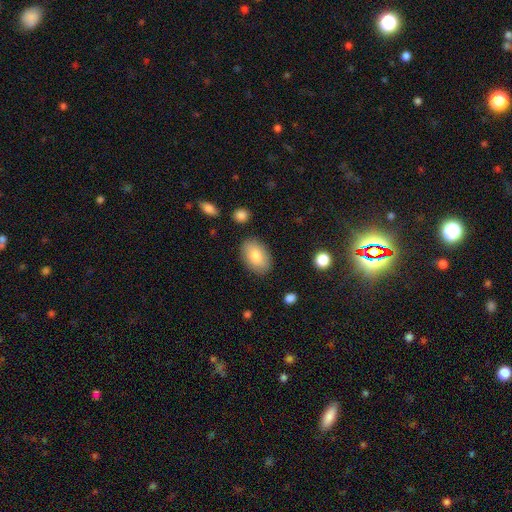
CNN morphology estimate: smooth_or_featured: smooth (p=0.81) [alt: featured or disk p=0.13]
how_rounded: in between (p=0.90) [alt: round p=0.09]
merging: none (p=0.85) [alt: minor disturbance p=0.11]